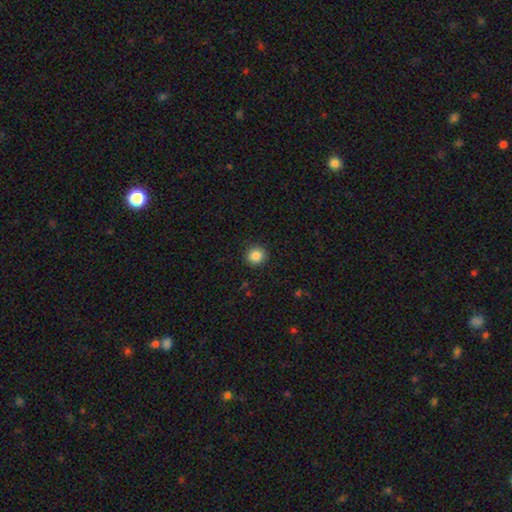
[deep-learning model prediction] Smooth or featured?
  - smooth: 86% *
  - star or artifact: 10%
  - featured or disk: 4%
How rounded?
  - round: 90% *
  - in between: 9%
  - cigar-shaped: 1%
Merging?
  - none: 91% *
  - minor disturbance: 6%
  - major disturbance: 2%
  - merger: 1%